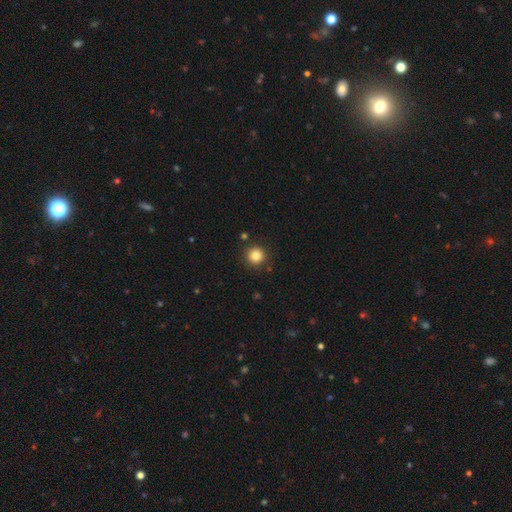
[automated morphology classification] Q: Smooth or featured?
A: smooth (84%); runner-up: star or artifact (11%)
Q: How rounded?
A: round (94%); runner-up: in between (5%)
Q: Merging?
A: none (89%); runner-up: minor disturbance (6%)